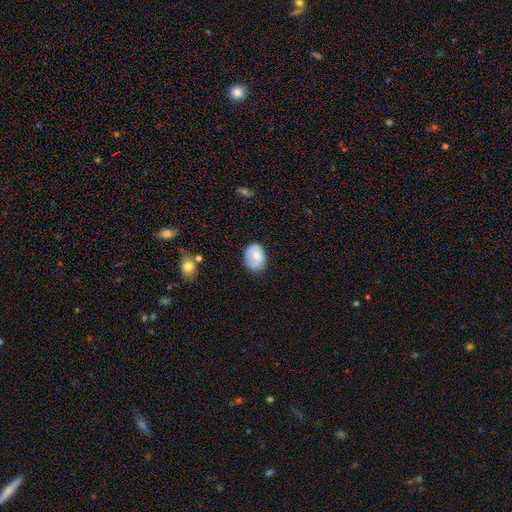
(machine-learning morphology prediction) smooth 70%, featured or disk 23%, star or artifact 8%. Down the decision tree: how rounded — in between (65%); merging — none (67%).